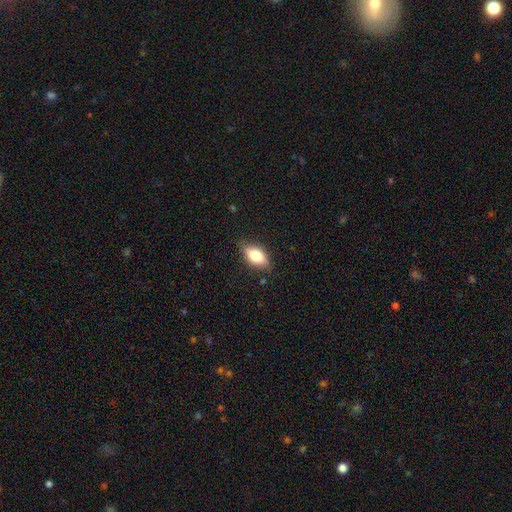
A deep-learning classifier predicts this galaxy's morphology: Smooth or featured: smooth — 73% (featured or disk — 19%)
How rounded: in between — 86% (cigar-shaped — 7%)
Merging: none — 79% (minor disturbance — 17%)